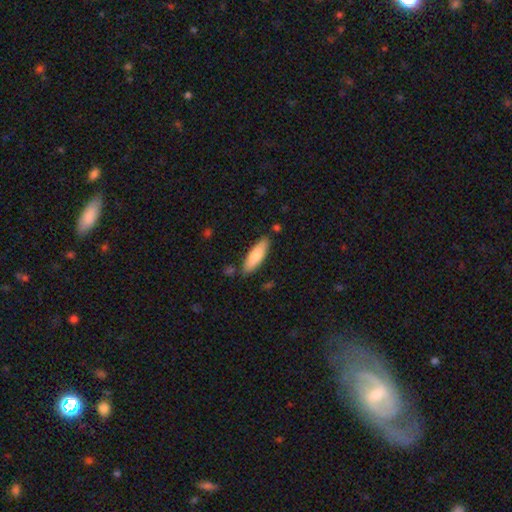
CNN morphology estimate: Overall: smooth (80%). How rounded: cigar-shaped (53%; in between 46%). Merging: none (84%).